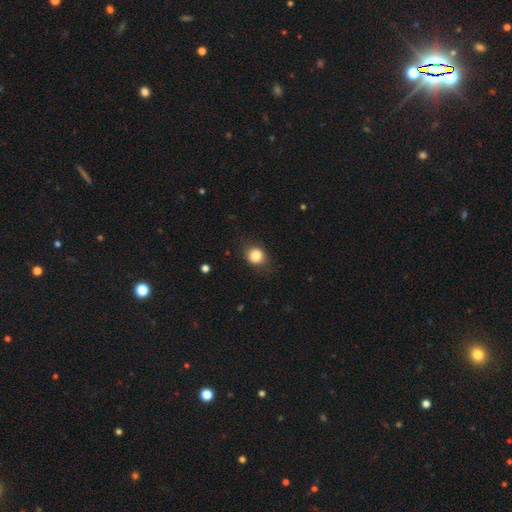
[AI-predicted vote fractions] Smooth or featured? smooth (83%)
How rounded? round (73%)
Merging? none (78%)